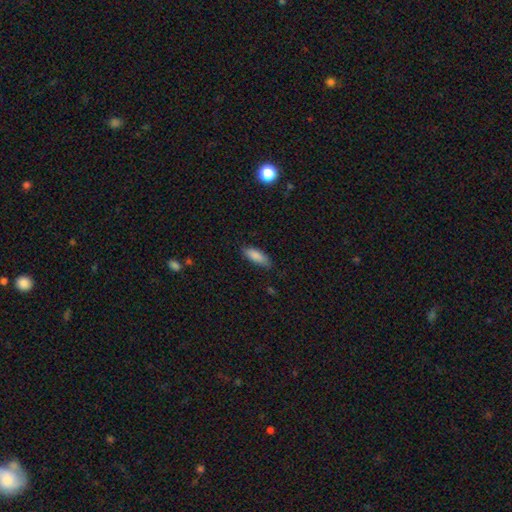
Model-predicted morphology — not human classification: smooth 87%, star or artifact 7%, featured or disk 6%. Down the decision tree: how rounded — in between (67%); merging — none (79%).